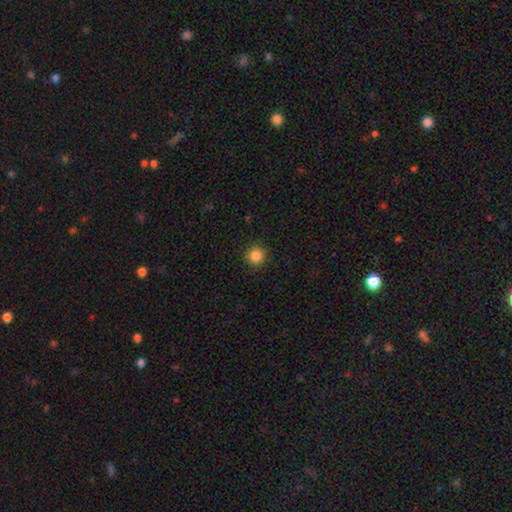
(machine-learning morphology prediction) The model was most divided on "smooth or featured": smooth: 86%, star or artifact: 11%, featured or disk: 4%. More confident: how rounded — round (95%); merging — none (92%).